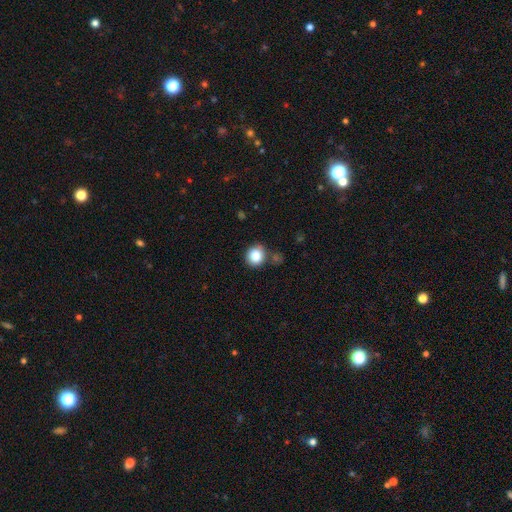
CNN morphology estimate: Smooth or featured? Predicted: smooth (p=0.83). How rounded? Predicted: round (p=0.86). Merging? Predicted: none (p=0.76).